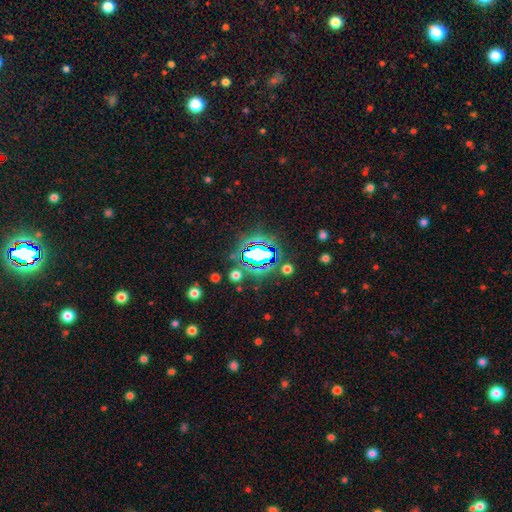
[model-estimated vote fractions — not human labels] Morphology: type=star or artifact (68%).